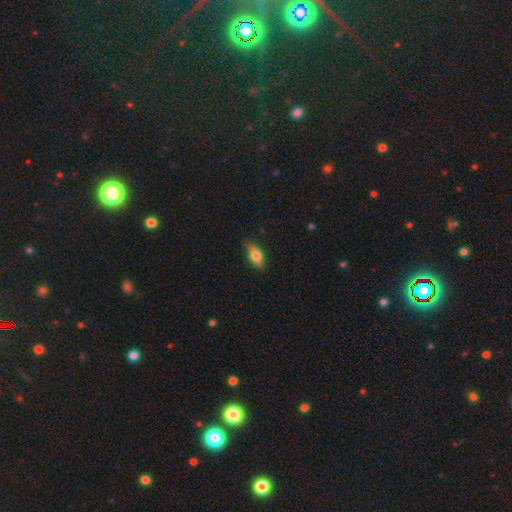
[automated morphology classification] This is likely a smooth galaxy (74%). How rounded: clearly in between (80%). Merging: likely none (77%).